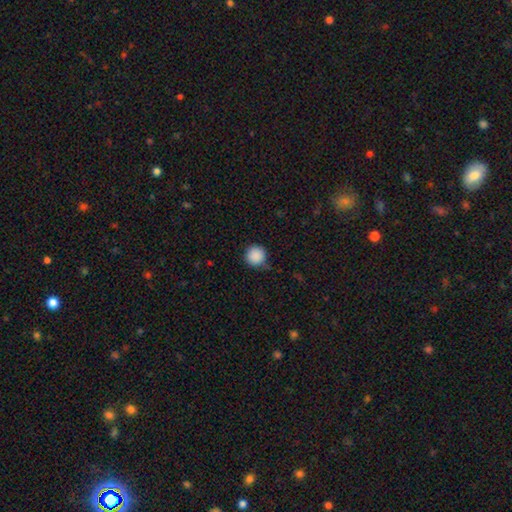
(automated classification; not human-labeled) This appears to be a smooth galaxy with no disk features (89%) that is round (96%). Merging: none (81%).